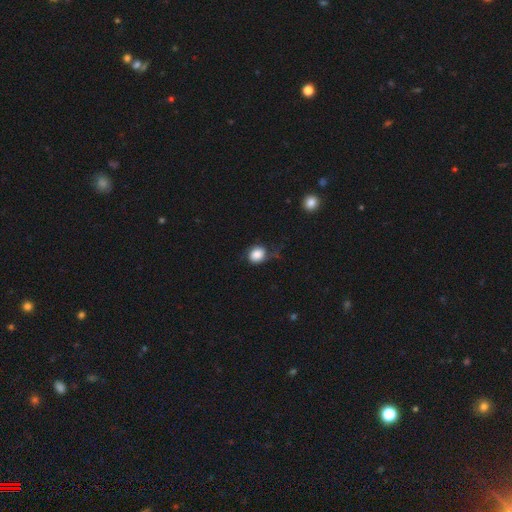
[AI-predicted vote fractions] smooth 80%, featured or disk 12%, star or artifact 8%. Down the decision tree: how rounded — round (66%); merging — none (49%).